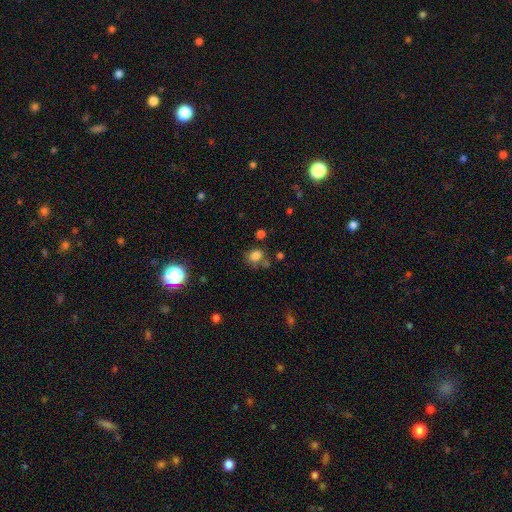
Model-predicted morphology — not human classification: Smooth or featured?
  - smooth: 78% *
  - star or artifact: 14%
  - featured or disk: 8%
How rounded?
  - in between: 53% *
  - round: 46%
  - cigar-shaped: 1%
Merging?
  - none: 59% *
  - minor disturbance: 19%
  - merger: 13%
  - major disturbance: 8%